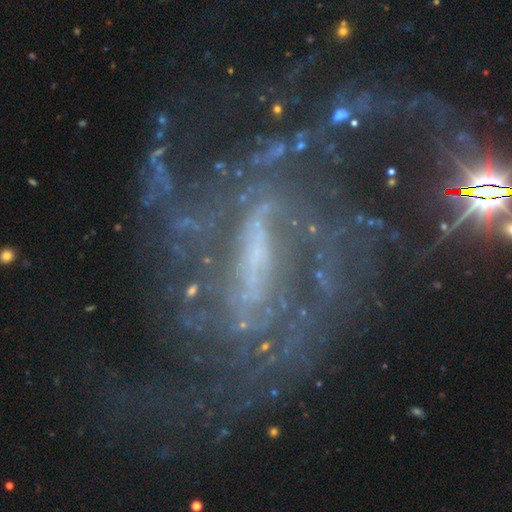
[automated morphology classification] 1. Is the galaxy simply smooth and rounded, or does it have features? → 79% featured or disk, 15% star or artifact, 6% smooth.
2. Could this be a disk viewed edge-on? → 94% no, 6% yes.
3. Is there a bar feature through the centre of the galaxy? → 57% strong, 31% weak, 12% no.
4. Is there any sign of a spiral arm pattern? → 90% yes, 10% no.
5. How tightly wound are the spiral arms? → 43% medium, 35% tight, 22% loose.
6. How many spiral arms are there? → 35% can't tell, 21% 2, 15% 3, 12% 4, 9% more than 4, 8% 1.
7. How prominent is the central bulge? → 41% small, 33% none, 21% moderate, 3% large, 2% dominant.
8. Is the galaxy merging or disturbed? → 50% none, 28% major disturbance, 16% minor disturbance, 6% merger.